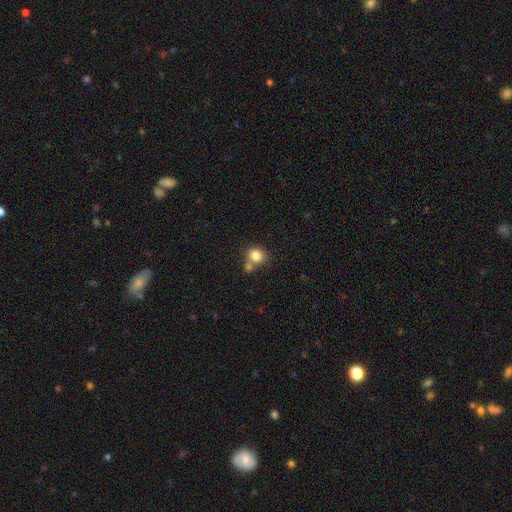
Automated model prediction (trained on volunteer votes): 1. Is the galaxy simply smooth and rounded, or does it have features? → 82% smooth, 10% star or artifact, 7% featured or disk.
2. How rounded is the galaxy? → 79% round, 20% in between, 1% cigar-shaped.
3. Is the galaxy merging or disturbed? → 55% none, 32% merger, 10% minor disturbance, 3% major disturbance.